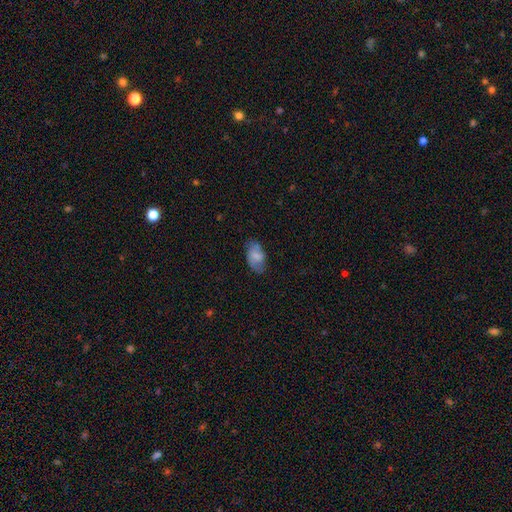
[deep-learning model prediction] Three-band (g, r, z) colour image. It shows a smooth galaxy with no disk features (68%) that is in between round and cigar-shaped (93%). Merging: none (68%).